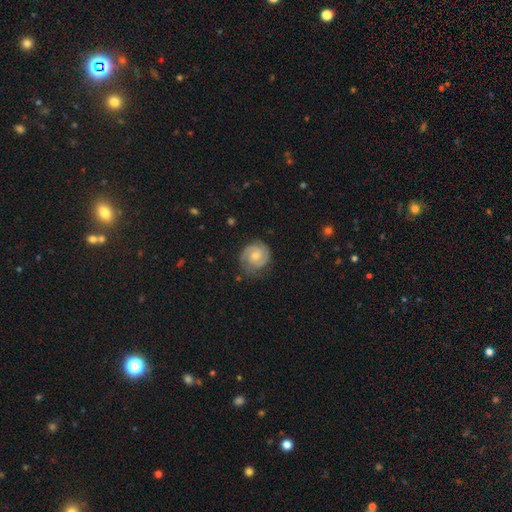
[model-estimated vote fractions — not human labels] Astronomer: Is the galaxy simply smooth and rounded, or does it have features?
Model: featured or disk — 79%.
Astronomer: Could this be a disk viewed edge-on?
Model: no — 98%.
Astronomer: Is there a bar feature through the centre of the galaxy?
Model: no — 63%.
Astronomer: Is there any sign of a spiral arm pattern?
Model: yes — 97%.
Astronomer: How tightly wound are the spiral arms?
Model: tight — 59% (runner-up: medium, 34%).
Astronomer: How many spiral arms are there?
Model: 2 — 75%.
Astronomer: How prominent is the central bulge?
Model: moderate — 52% (runner-up: small, 40%).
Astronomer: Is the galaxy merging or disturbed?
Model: none — 76%.